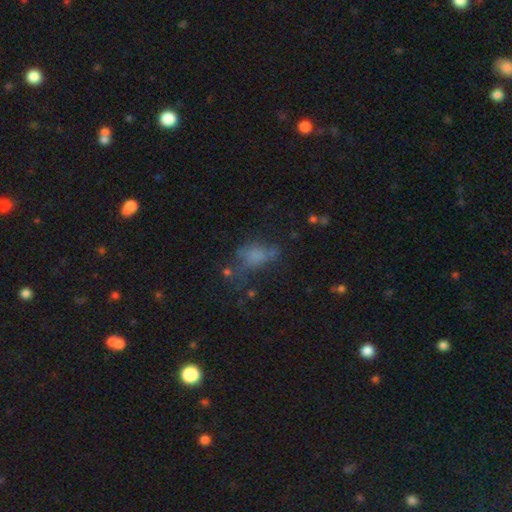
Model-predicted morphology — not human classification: The model was most divided on "merging": none: 34%, major disturbance: 32%, minor disturbance: 24%, merger: 10%. More confident: how rounded — in between (75%); smooth or featured — smooth (58%).